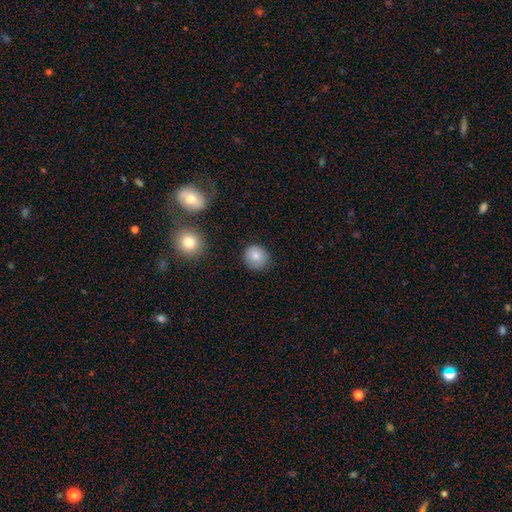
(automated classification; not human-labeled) smooth-or-featured: smooth: 83% | star or artifact: 10% | featured or disk: 7%
  how-rounded: round: 84% | in between: 15% | cigar-shaped: 1%
  merging: none: 85% | minor disturbance: 10% | major disturbance: 3% | merger: 2%